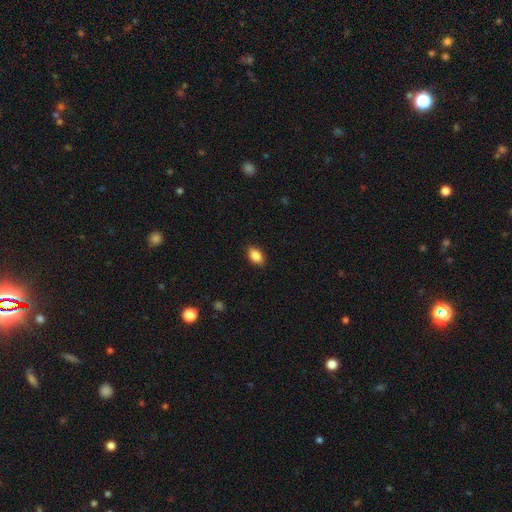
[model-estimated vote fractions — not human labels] Smooth or featured? smooth (87%)
How rounded? in between (89%)
Merging? none (89%)